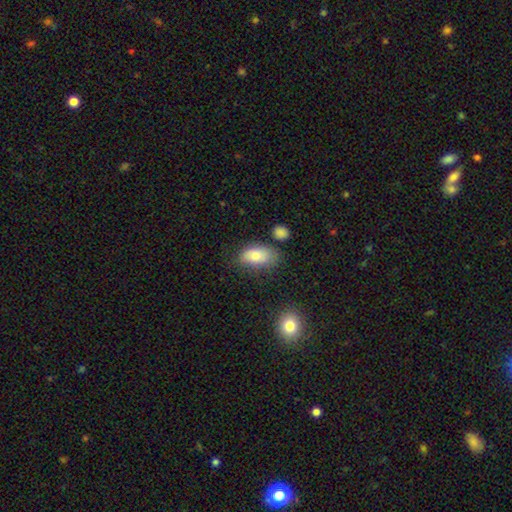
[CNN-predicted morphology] type=smooth (78%); roundness=in between (92%); merging=none (60%).